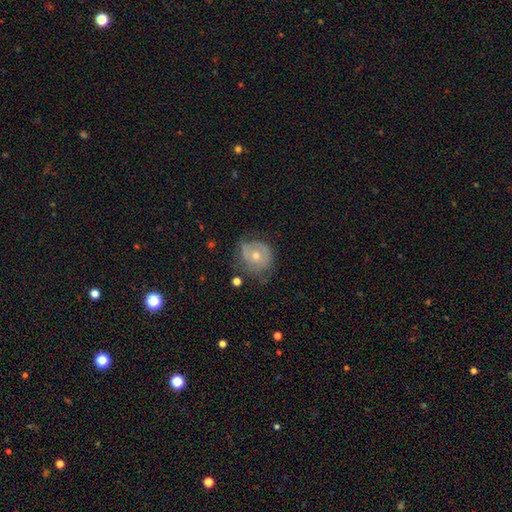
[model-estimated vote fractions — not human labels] Morphology: type=featured or disk (53%); edge-on=no (97%); bar=no (79%); spiral arms=yes (62%); bulge=moderate (63%); merging=none (53%).